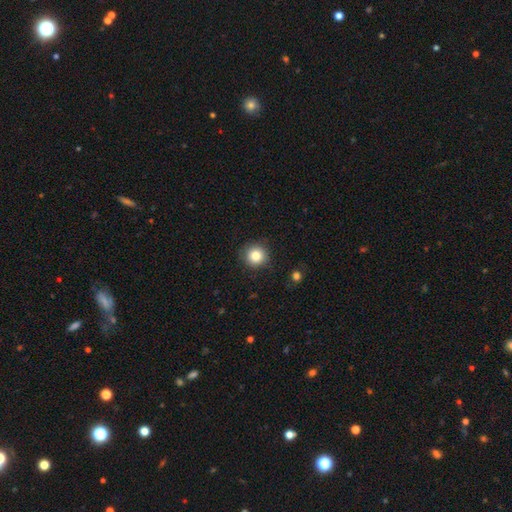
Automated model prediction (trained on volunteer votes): This is clearly a smooth galaxy (83%). How rounded: clearly round (93%). Merging: clearly none (87%).